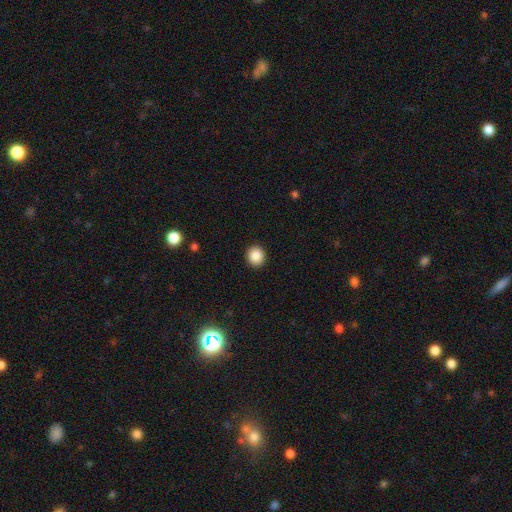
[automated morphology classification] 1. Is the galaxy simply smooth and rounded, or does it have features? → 87% smooth, 9% star or artifact, 4% featured or disk.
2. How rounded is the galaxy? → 87% round, 12% in between, 1% cigar-shaped.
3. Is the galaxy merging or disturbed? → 92% none, 5% minor disturbance, 2% major disturbance, 1% merger.